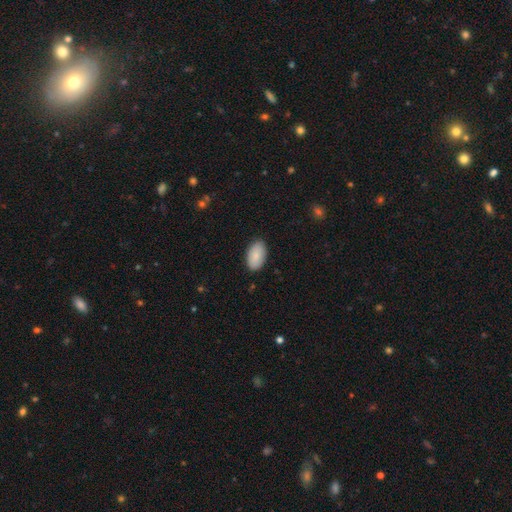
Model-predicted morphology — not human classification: This appears to be a smooth galaxy with no disk features (88%) that is in between round and cigar-shaped (95%). Merging: none (87%).